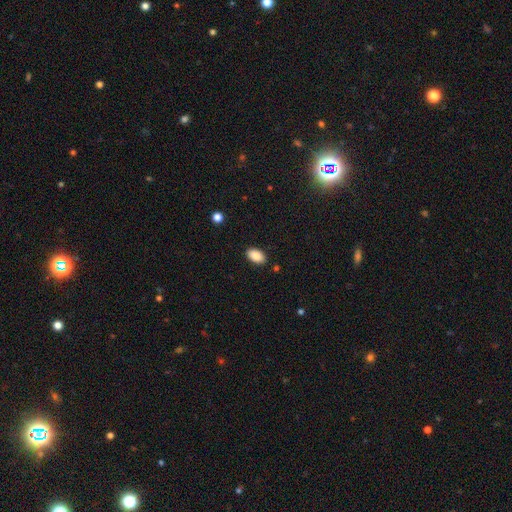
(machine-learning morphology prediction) smooth-or-featured: smooth: 88% | star or artifact: 8% | featured or disk: 4%
  how-rounded: in between: 93% | round: 5% | cigar-shaped: 2%
  merging: none: 87% | minor disturbance: 9% | major disturbance: 2% | merger: 1%